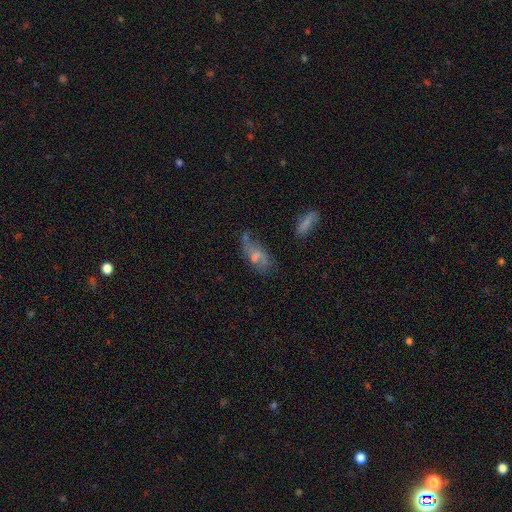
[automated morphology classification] Smooth or featured? Predicted: featured or disk (p=0.48). Merging? Predicted: none (p=0.45).